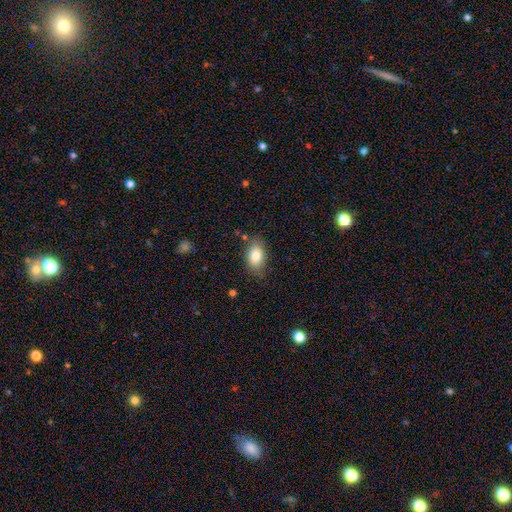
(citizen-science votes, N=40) smooth_or_featured: smooth (p=0.82) [alt: star or artifact p=0.12]
how_rounded: in between (p=0.91) [alt: round p=0.09]
merging: none (p=0.74) [alt: minor disturbance p=0.14]